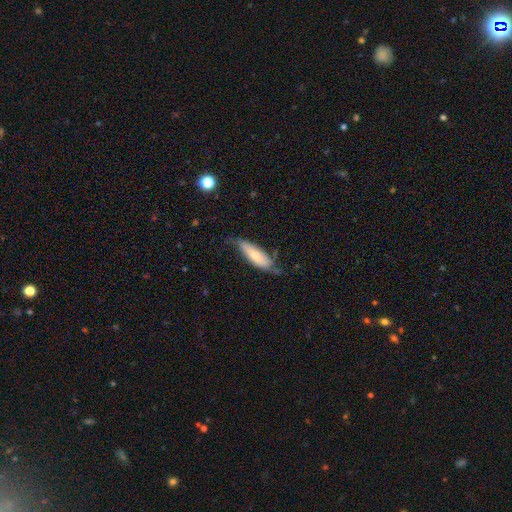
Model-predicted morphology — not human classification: type=smooth (64%); roundness=in between (50%); merging=none (45%).